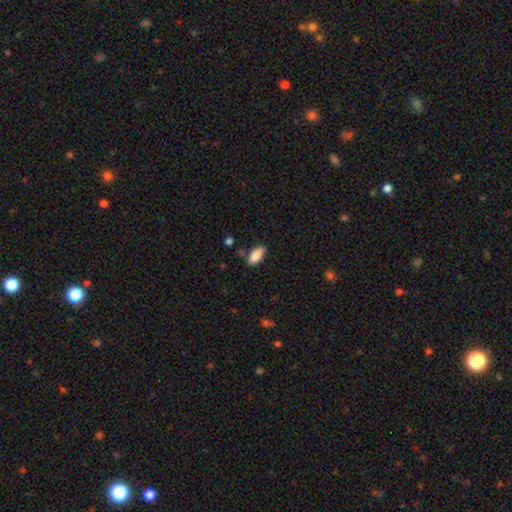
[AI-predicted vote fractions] smooth-or-featured: smooth: 87% | star or artifact: 7% | featured or disk: 6%
  how-rounded: in between: 91% | cigar-shaped: 7% | round: 3%
  merging: none: 77% | minor disturbance: 16% | merger: 4% | major disturbance: 3%